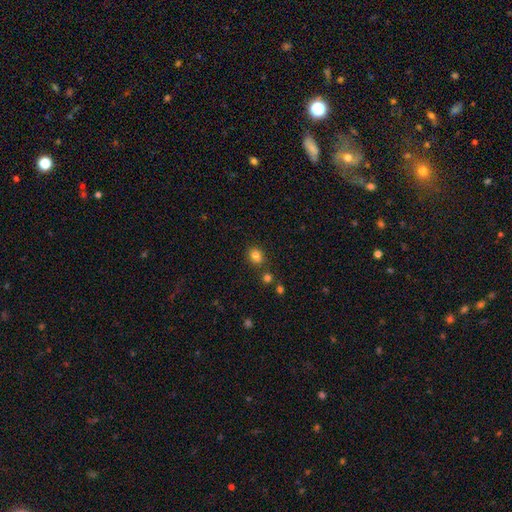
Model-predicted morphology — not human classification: Smooth or featured?
  - smooth: 81% *
  - star or artifact: 13%
  - featured or disk: 6%
How rounded?
  - round: 64% *
  - in between: 35%
  - cigar-shaped: 1%
Merging?
  - none: 71% *
  - merger: 13%
  - minor disturbance: 12%
  - major disturbance: 4%